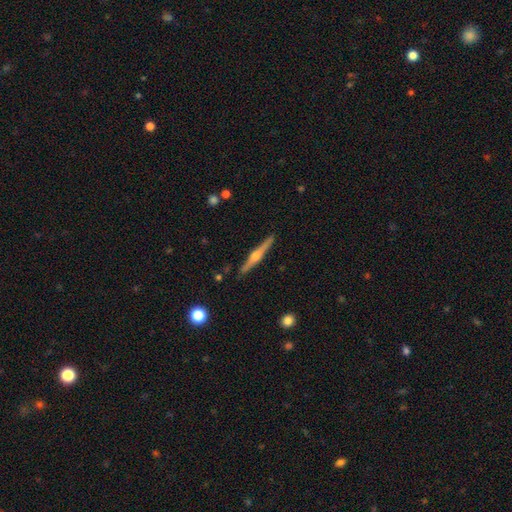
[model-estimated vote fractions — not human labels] Q: Smooth or featured?
A: featured or disk (79%); runner-up: smooth (16%)
Q: Edge-on disk?
A: yes (98%); runner-up: no (2%)
Q: Edge-on bulge?
A: rounded (92%); runner-up: boxy (5%)
Q: Merging?
A: none (91%); runner-up: minor disturbance (6%)